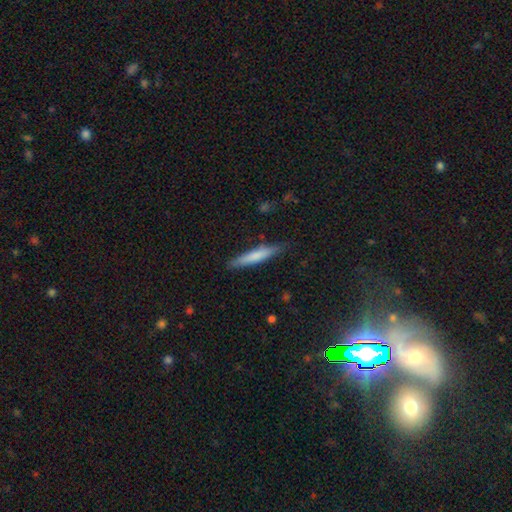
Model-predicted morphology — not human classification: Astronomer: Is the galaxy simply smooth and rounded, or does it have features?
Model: smooth — 71%.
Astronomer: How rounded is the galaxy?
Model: cigar-shaped — 91%.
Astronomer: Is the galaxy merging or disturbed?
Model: none — 83%.